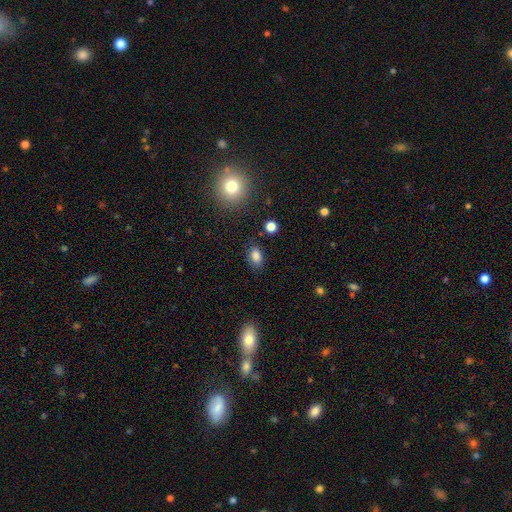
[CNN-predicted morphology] The model was most divided on "how rounded": in between: 82%, round: 16%, cigar-shaped: 2%. More confident: smooth or featured — smooth (84%); merging — none (80%).